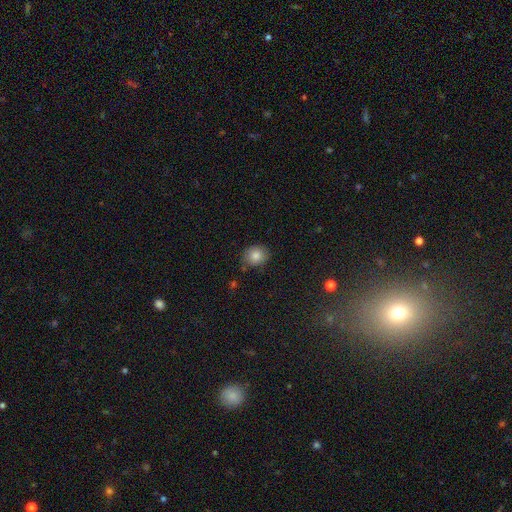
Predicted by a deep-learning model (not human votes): Overall: smooth (84%). How rounded: round (73%). Merging: none (81%).